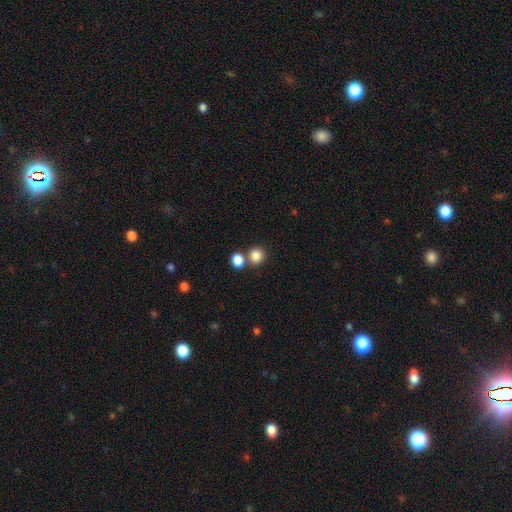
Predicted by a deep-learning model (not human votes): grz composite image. It shows a smooth galaxy with no disk features (84%) that is round (87%). Merging: none (63%).